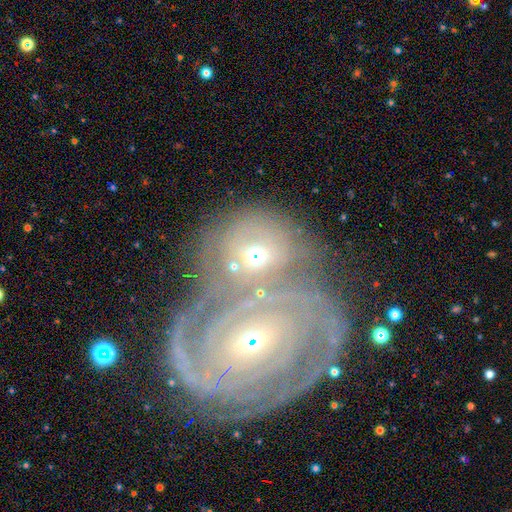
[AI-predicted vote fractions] smooth-or-featured: featured or disk: 59% | smooth: 30% | star or artifact: 12%
  disk-edge-on: no: 95% | yes: 5%
    bar: no: 65% | weak: 24% | strong: 11%
    has-spiral-arms: yes: 75% | no: 25%
    bulge-size: moderate: 48% | small: 38% | large: 7% | none: 4% | dominant: 3%
  merging: merger: 66% | none: 18% | major disturbance: 8% | minor disturbance: 8%